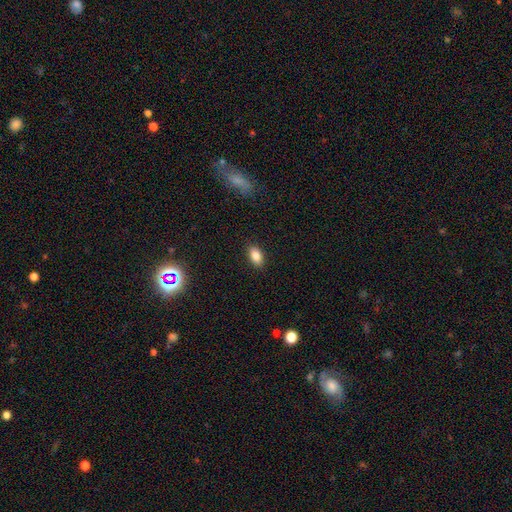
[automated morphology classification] smooth-or-featured: smooth: 85% | star or artifact: 9% | featured or disk: 6%
  how-rounded: in between: 90% | round: 6% | cigar-shaped: 4%
  merging: none: 88% | minor disturbance: 9% | major disturbance: 2% | merger: 1%